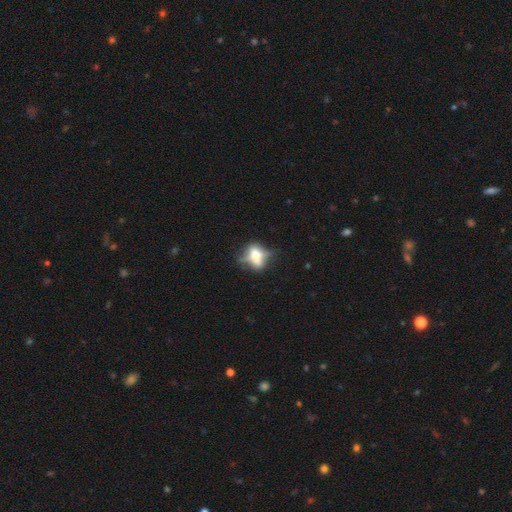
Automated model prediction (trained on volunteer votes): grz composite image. It shows a featured or disk galaxy (51%) viewed edge-on (60%). Merging: none (52%).